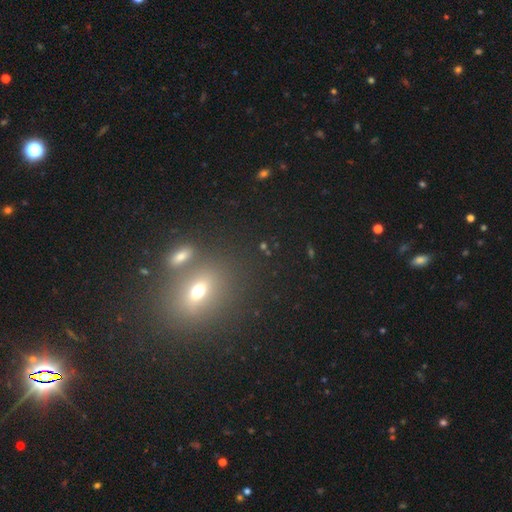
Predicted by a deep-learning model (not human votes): Morphology: type=smooth (44%); merging=none (72%).